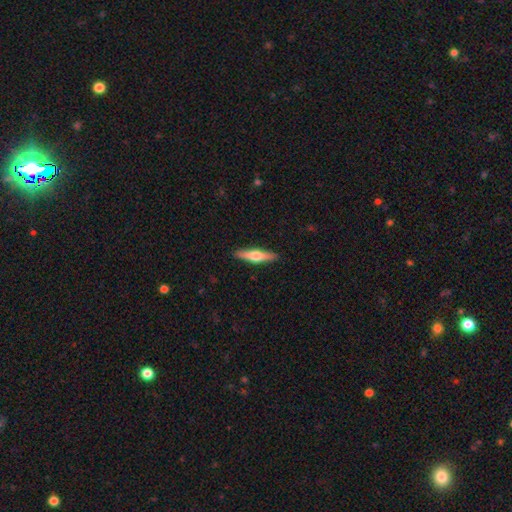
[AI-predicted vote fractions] The model was most divided on "smooth or featured": featured or disk: 52%, smooth: 43%, star or artifact: 5%. More confident: edge-on disk — yes (95%); merging — none (91%).